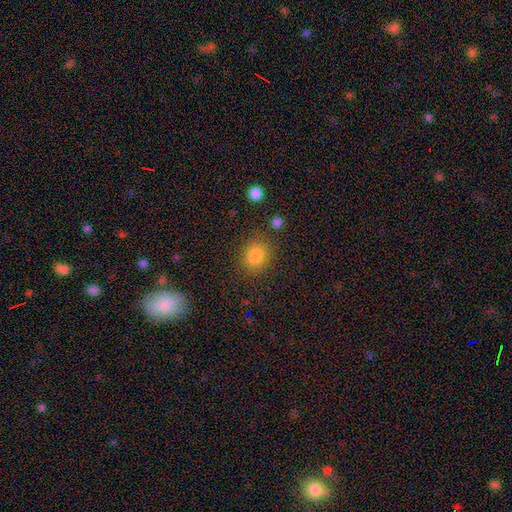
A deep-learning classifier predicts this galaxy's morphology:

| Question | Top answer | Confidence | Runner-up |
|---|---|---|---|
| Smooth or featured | smooth | 83% | star or artifact (12%) |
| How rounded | round | 68% | in between (31%) |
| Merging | none | 83% | minor disturbance (10%) |